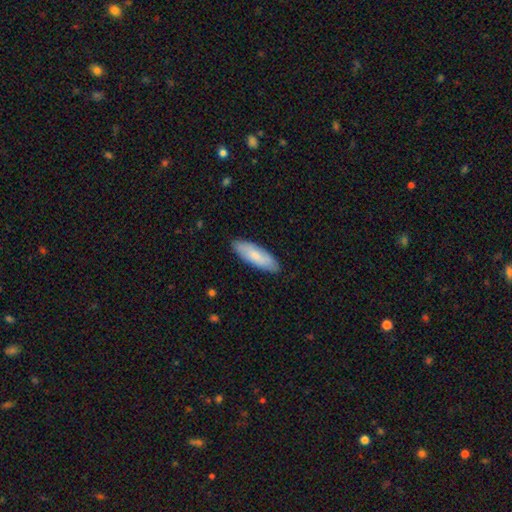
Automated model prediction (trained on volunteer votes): A smooth galaxy with no disk features (75%) that is in between round and cigar-shaped (56%).

Vote fractions:
- Smooth or featured? smooth: 75% / featured or disk: 20% / star or artifact: 5%
- How rounded? in between: 56% / cigar-shaped: 42% / round: 2%
- Merging? none: 87% / minor disturbance: 10% / major disturbance: 2% / merger: 1%